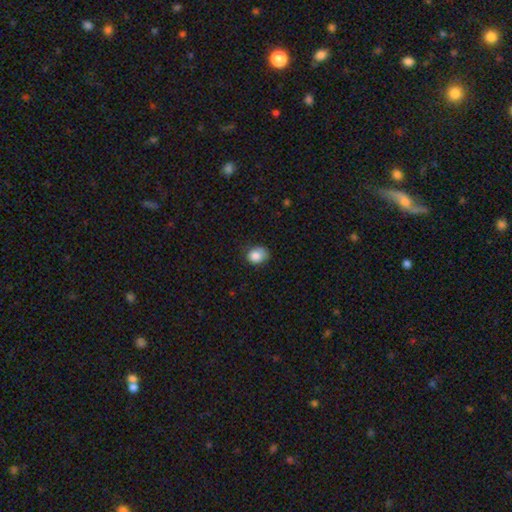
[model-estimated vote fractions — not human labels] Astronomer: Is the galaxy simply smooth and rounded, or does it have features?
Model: smooth — 84%.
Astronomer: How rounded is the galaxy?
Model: round — 57% (runner-up: in between, 42%).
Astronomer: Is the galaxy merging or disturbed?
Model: none — 59%.